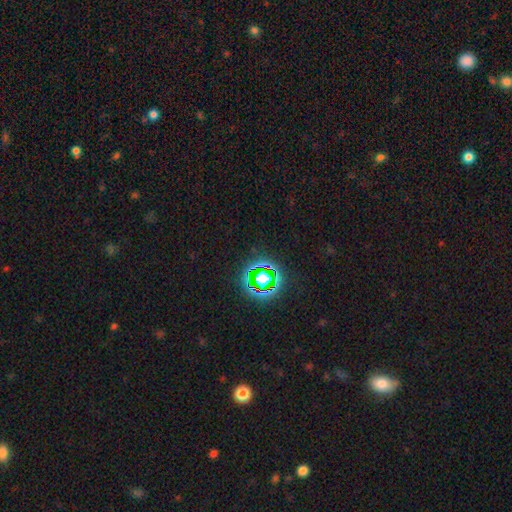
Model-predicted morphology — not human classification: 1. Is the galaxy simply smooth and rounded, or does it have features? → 78% star or artifact, 16% smooth, 7% featured or disk.